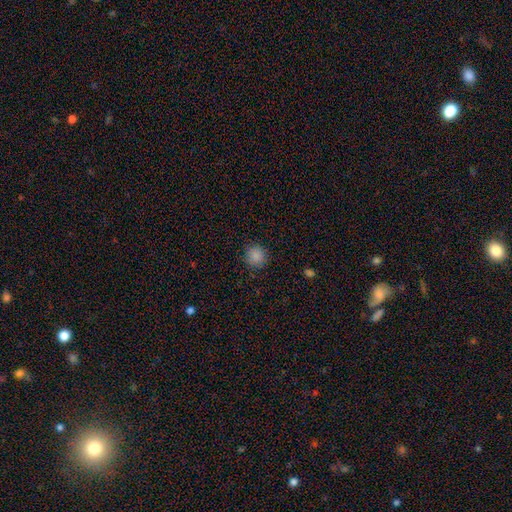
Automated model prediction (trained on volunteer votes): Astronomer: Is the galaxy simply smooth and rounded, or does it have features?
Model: smooth — 87%.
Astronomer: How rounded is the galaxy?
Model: round — 92%.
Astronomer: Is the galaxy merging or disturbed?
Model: none — 90%.